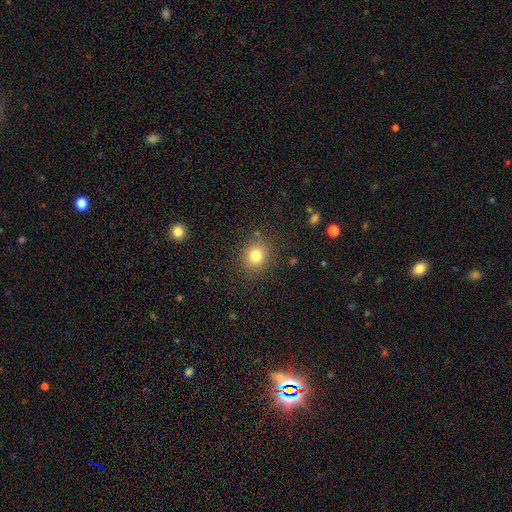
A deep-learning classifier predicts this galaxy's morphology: smooth_or_featured: smooth (p=0.80) [alt: star or artifact p=0.13]
how_rounded: round (p=0.82) [alt: in between p=0.17]
merging: none (p=0.86) [alt: minor disturbance p=0.09]